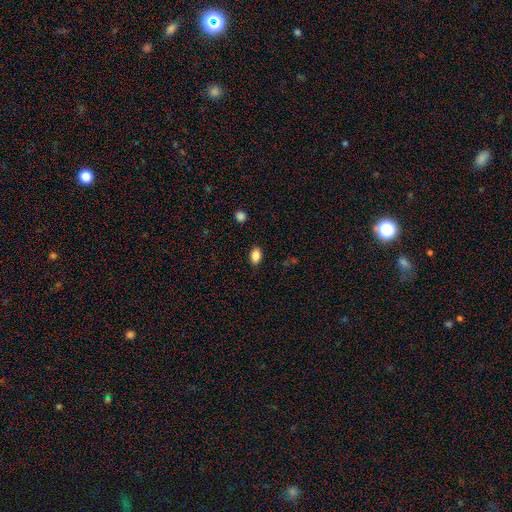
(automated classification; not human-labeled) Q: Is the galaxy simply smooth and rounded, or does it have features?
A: smooth — 87%.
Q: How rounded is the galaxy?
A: in between — 83%.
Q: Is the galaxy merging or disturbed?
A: none — 88%.